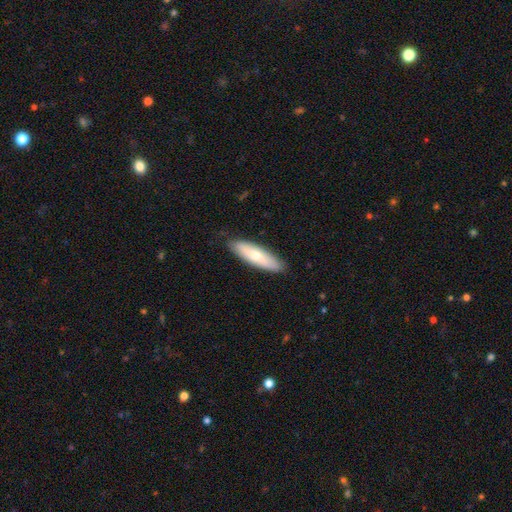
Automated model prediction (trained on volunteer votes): Smooth or featured: smooth — 63% (featured or disk — 31%)
How rounded: cigar-shaped — 55% (in between — 43%)
Merging: none — 85% (minor disturbance — 12%)